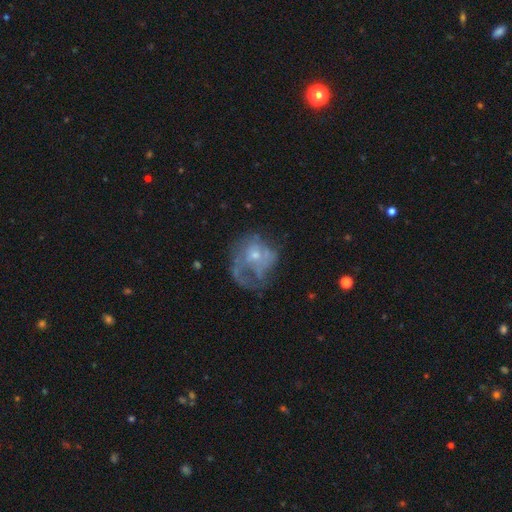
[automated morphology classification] Smooth or featured? featured or disk (61%)
Edge-on disk? no (98%)
Bar? no (83%)
Spiral arms? no (54%)
Bulge size? small (50%)
Merging? major disturbance (47%)